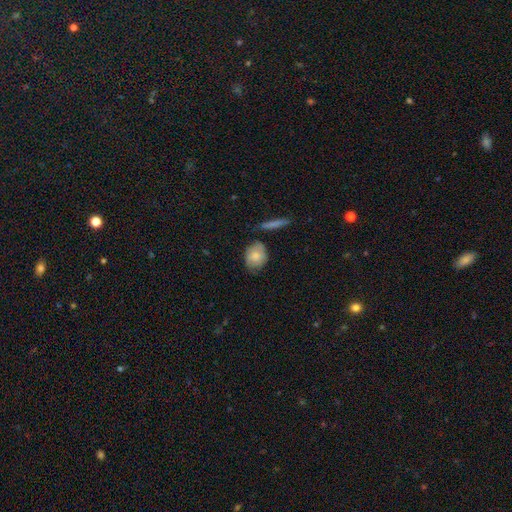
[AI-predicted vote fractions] Smooth or featured? Predicted: smooth (p=0.73). How rounded? Predicted: in between (p=0.54). Merging? Predicted: none (p=0.65).